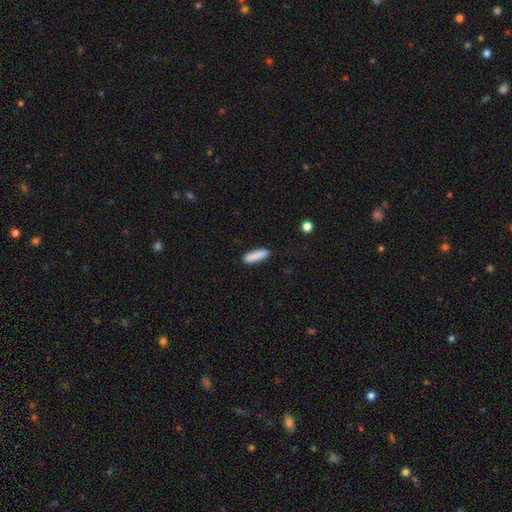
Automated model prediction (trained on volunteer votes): Smooth or featured? smooth (88%)
How rounded? cigar-shaped (72%)
Merging? none (87%)